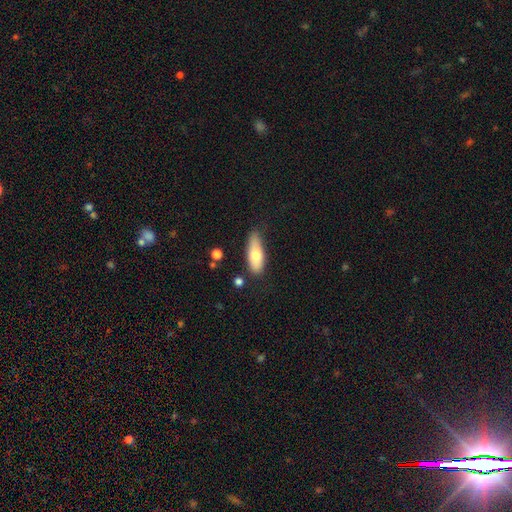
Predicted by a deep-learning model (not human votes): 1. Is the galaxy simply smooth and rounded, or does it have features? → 73% smooth, 21% featured or disk, 6% star or artifact.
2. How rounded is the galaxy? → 66% in between, 31% cigar-shaped, 3% round.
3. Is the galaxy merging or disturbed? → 69% none, 22% minor disturbance, 5% major disturbance, 4% merger.